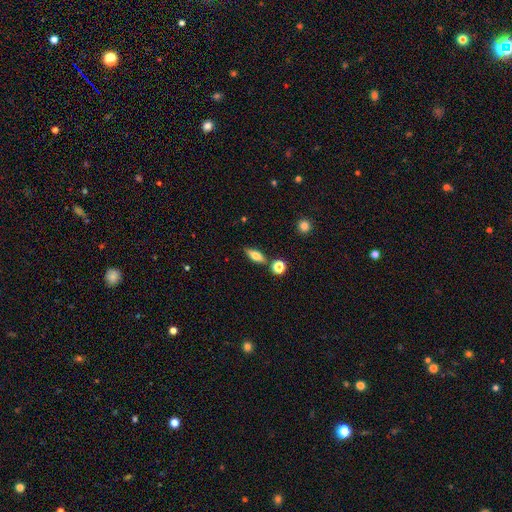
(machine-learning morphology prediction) A smooth galaxy with no disk features (63%) that is in between round and cigar-shaped (62%). Merging: none (78%).